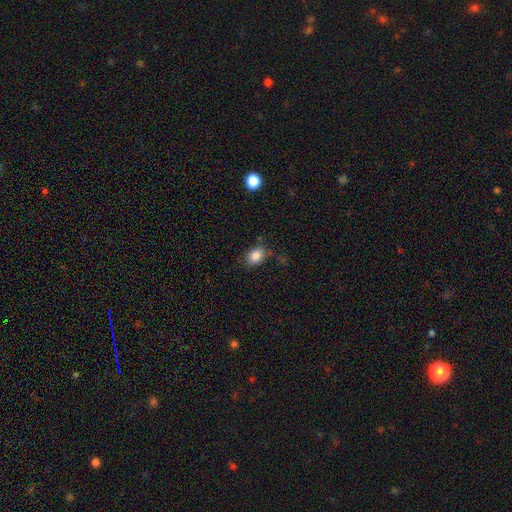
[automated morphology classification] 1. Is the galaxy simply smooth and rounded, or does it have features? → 85% smooth, 9% star or artifact, 6% featured or disk.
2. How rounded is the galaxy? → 65% in between, 34% round, 1% cigar-shaped.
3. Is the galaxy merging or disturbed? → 76% none, 16% minor disturbance, 4% major disturbance, 4% merger.